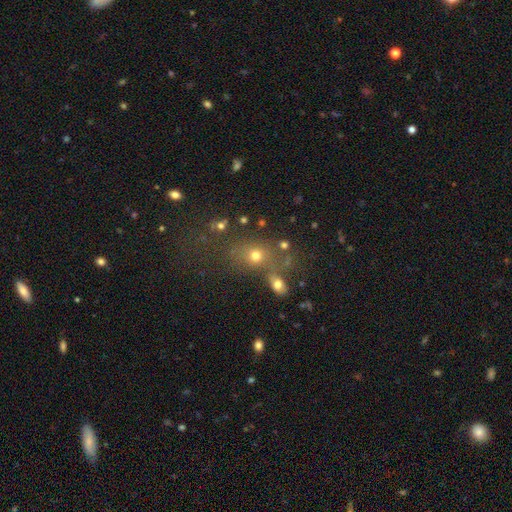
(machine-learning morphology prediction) smooth_or_featured: smooth (p=0.64) [alt: star or artifact p=0.23]
how_rounded: round (p=0.58) [alt: in between p=0.40]
merging: none (p=0.58) [alt: merger p=0.22]